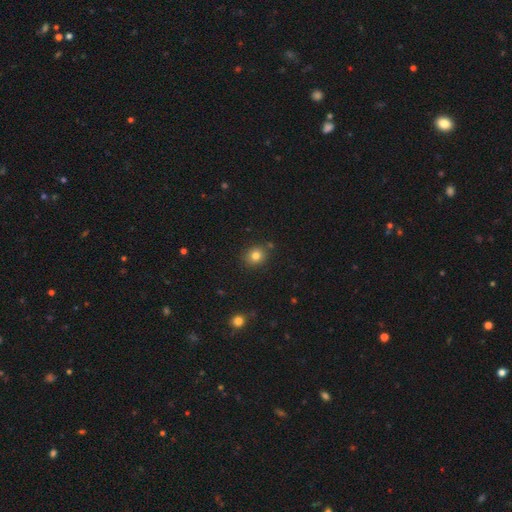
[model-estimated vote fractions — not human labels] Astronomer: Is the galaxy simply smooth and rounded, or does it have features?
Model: smooth — 80%.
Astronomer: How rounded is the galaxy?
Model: round — 73%.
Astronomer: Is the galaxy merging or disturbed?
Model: none — 85%.